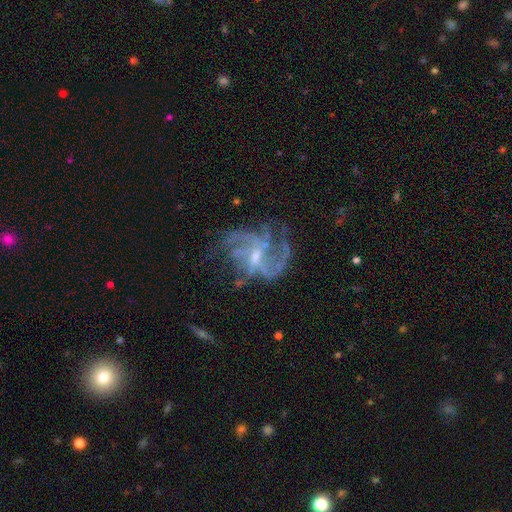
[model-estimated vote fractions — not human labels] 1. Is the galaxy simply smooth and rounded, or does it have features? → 86% featured or disk, 8% star or artifact, 6% smooth.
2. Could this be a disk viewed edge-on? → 98% no, 2% yes.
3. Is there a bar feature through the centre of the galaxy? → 50% weak, 36% no, 14% strong.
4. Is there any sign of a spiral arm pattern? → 91% yes, 9% no.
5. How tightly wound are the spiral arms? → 45% medium, 36% loose, 19% tight.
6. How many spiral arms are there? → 25% can't tell, 24% 3, 20% 2, 17% 4, 7% more than 4, 7% 1.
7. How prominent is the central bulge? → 54% small, 34% moderate, 9% none, 2% large, 1% dominant.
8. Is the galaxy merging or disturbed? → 51% none, 27% major disturbance, 19% minor disturbance, 3% merger.